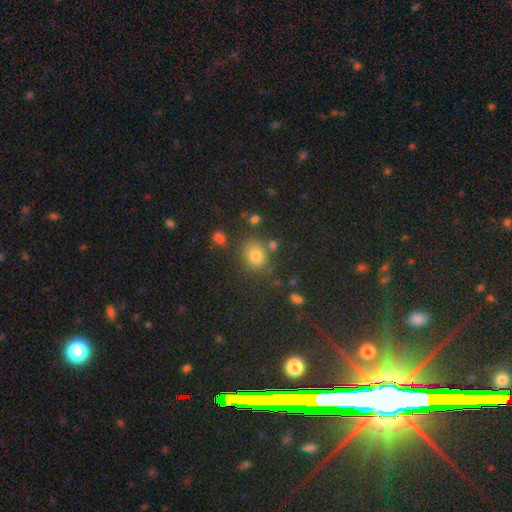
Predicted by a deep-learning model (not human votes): A smooth galaxy with no disk features (73%) that is round (60%).

Vote fractions:
- Smooth or featured? smooth: 73% / star or artifact: 19% / featured or disk: 8%
- How rounded? round: 60% / in between: 39% / cigar-shaped: 1%
- Merging? none: 74% / minor disturbance: 14% / merger: 7% / major disturbance: 5%